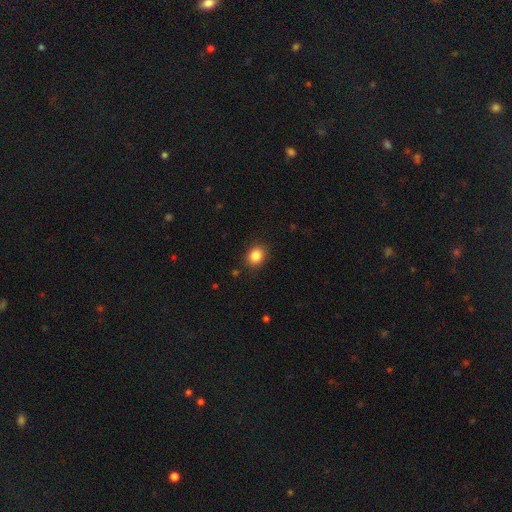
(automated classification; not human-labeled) A smooth galaxy with no disk features (85%) that is round (62%). Merging: none (87%).